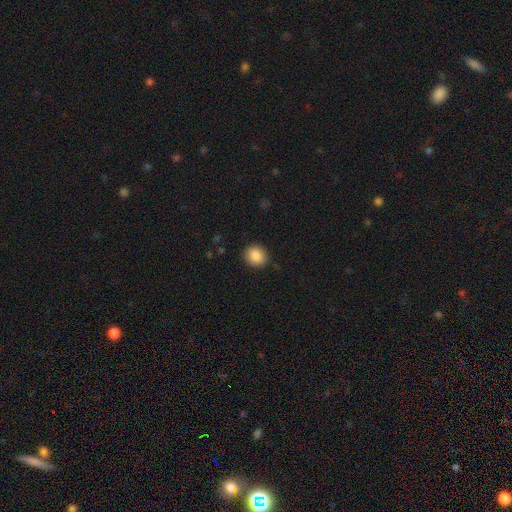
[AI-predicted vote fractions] A smooth galaxy with no disk features (88%) that is round (78%). Merging: none (89%).